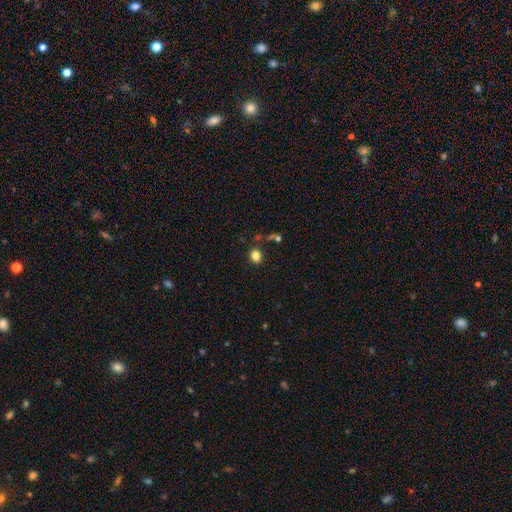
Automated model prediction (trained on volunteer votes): Overall: smooth (82%). How rounded: round (69%; in between 30%). Merging: none (82%).